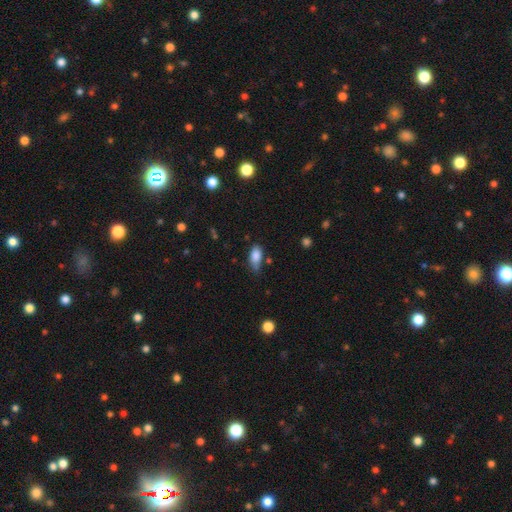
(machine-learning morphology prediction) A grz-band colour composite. It shows a smooth galaxy with no disk features (84%) that is in between round and cigar-shaped (87%). Merging: none (47%).